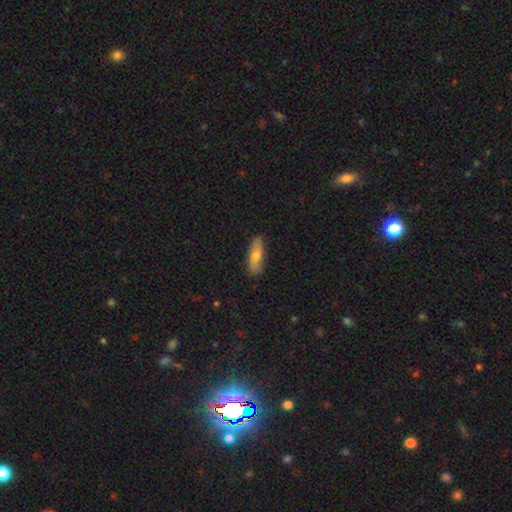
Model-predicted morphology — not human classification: A smooth galaxy with no disk features (67%) that is cigar-shaped (52%). Merging: none (82%).